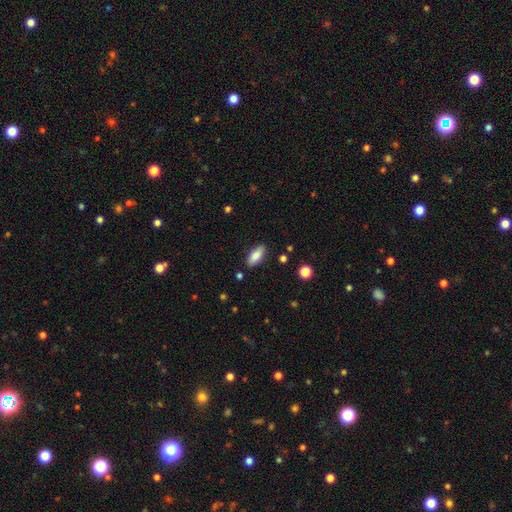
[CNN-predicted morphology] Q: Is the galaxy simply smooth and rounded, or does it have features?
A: smooth — 84%.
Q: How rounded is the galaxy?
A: in between — 82%.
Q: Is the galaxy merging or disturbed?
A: none — 86%.